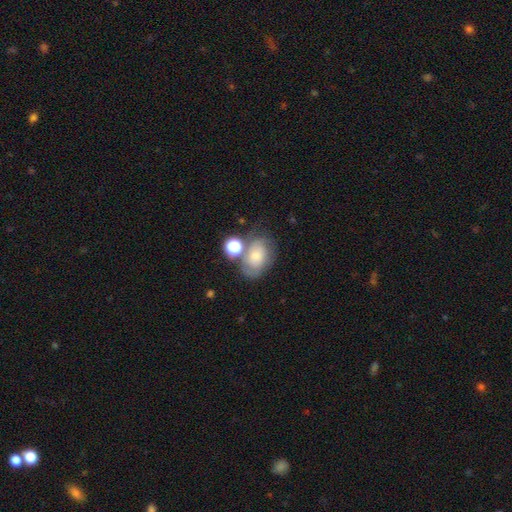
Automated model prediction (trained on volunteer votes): smooth-or-featured: smooth: 47% | featured or disk: 42% | star or artifact: 12%
  merging: none: 48% | minor disturbance: 22% | merger: 18% | major disturbance: 13%